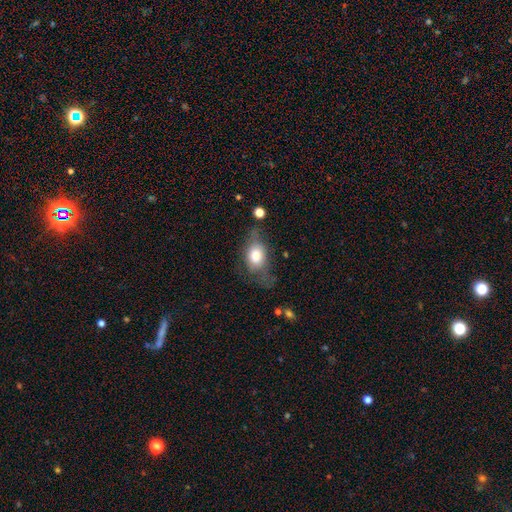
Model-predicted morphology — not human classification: Q: Smooth or featured?
A: smooth (70%); runner-up: featured or disk (22%)
Q: How rounded?
A: in between (78%); runner-up: round (18%)
Q: Merging?
A: none (44%); runner-up: minor disturbance (30%)